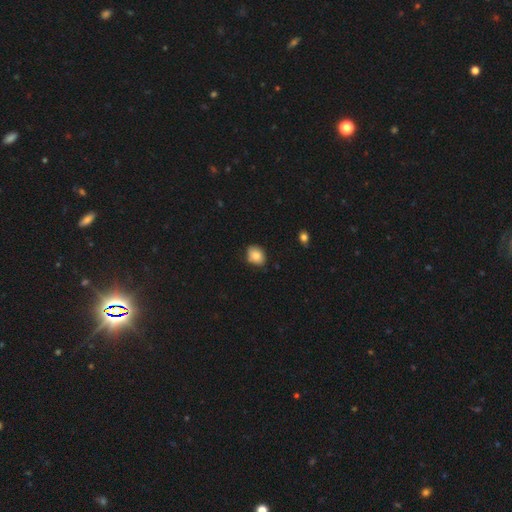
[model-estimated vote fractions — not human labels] Smooth or featured: smooth — 84% (star or artifact — 9%)
How rounded: in between — 61% (round — 38%)
Merging: none — 79% (minor disturbance — 17%)